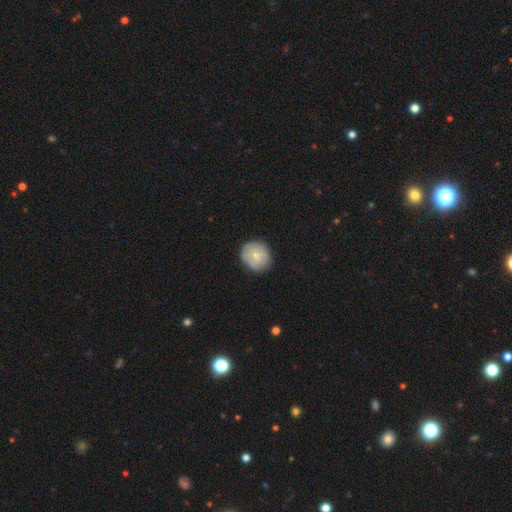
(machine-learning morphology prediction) Smooth or featured? smooth (72%)
How rounded? round (74%)
Merging? none (80%)